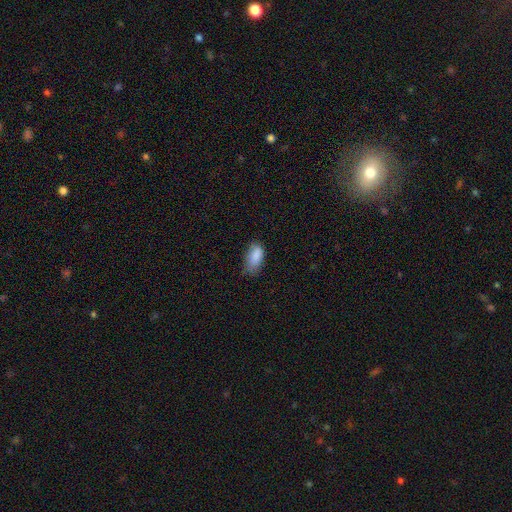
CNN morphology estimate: smooth 85%, star or artifact 8%, featured or disk 7%. Down the decision tree: how rounded — in between (91%); merging — none (51%).